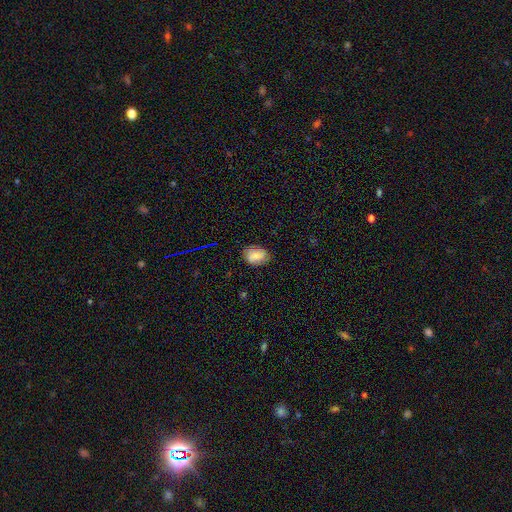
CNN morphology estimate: Overall: smooth (71%). How rounded: in between (68%; round 31%). Merging: none (76%).